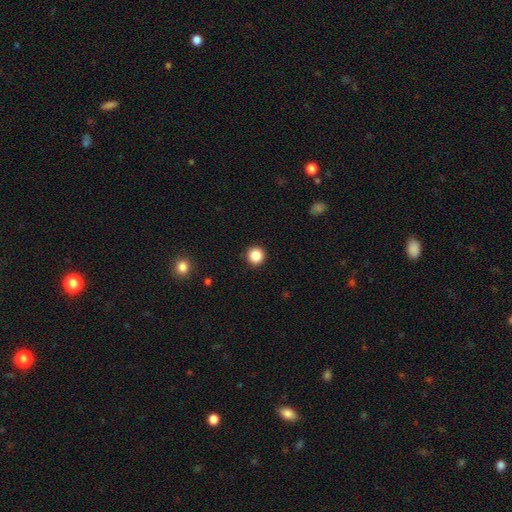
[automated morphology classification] Overall: smooth (86%). How rounded: round (95%). Merging: none (92%).